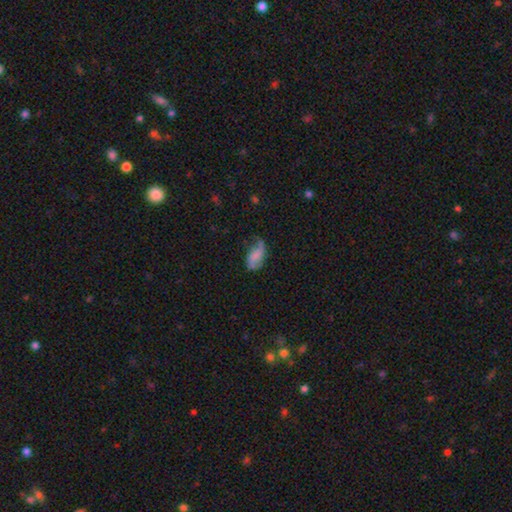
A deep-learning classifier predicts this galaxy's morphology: smooth 47%, featured or disk 44%, star or artifact 9%. Down the decision tree: merging — none (46%).